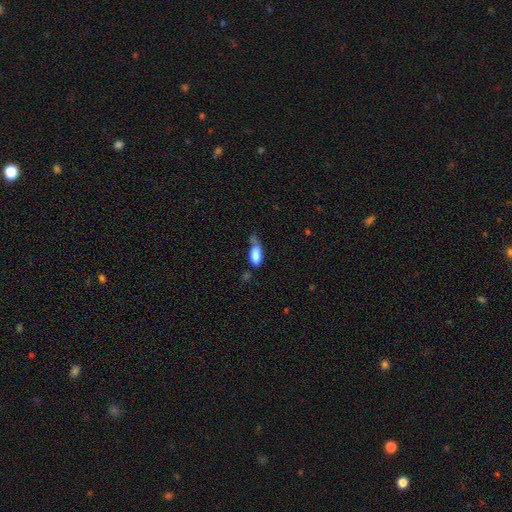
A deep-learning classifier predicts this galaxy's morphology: type=smooth (81%); roundness=in between (86%); merging=minor disturbance (37%).